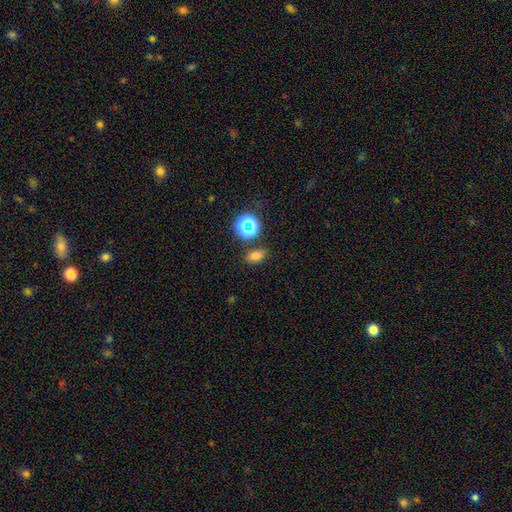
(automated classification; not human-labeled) Smooth or featured? smooth (70%)
How rounded? in between (77%)
Merging? none (78%)